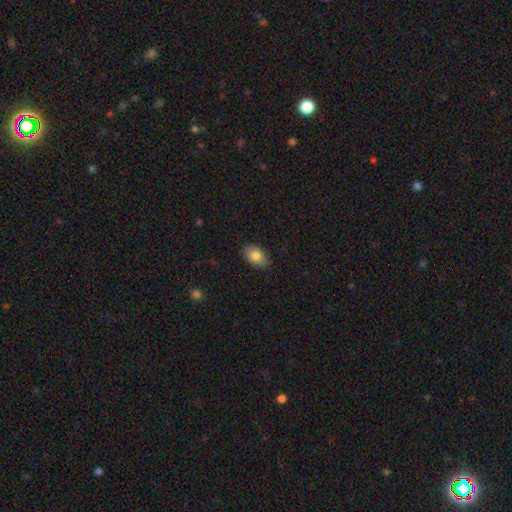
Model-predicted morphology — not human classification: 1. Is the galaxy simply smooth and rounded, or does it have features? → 83% smooth, 10% featured or disk, 7% star or artifact.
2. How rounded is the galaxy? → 89% in between, 9% round, 1% cigar-shaped.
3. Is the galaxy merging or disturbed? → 86% none, 11% minor disturbance, 2% major disturbance, 1% merger.